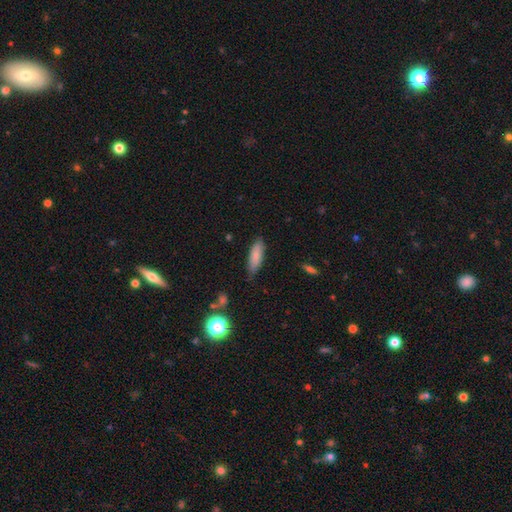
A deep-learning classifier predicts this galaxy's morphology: smooth 82%, featured or disk 11%, star or artifact 7%. Down the decision tree: how rounded — in between (51%); merging — none (76%).